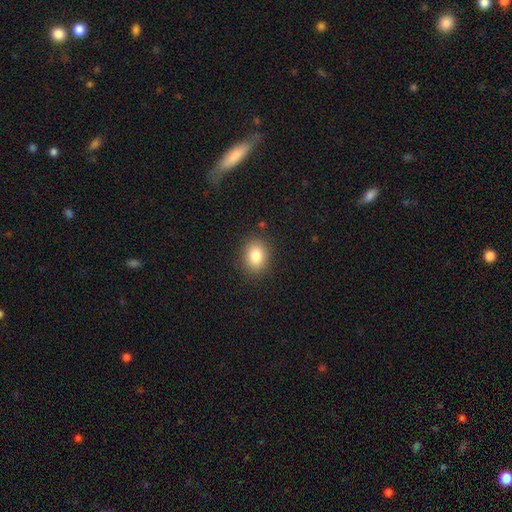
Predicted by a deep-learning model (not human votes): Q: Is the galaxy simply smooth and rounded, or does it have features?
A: smooth — 83%.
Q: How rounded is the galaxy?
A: round — 50%.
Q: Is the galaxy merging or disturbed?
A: none — 87%.